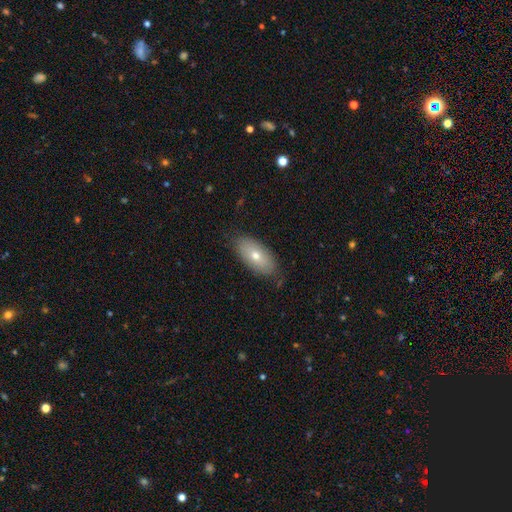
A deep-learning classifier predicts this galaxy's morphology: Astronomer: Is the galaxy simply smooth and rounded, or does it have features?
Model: smooth — 68%.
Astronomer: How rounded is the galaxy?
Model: in between — 90%.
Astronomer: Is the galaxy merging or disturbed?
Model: none — 83%.